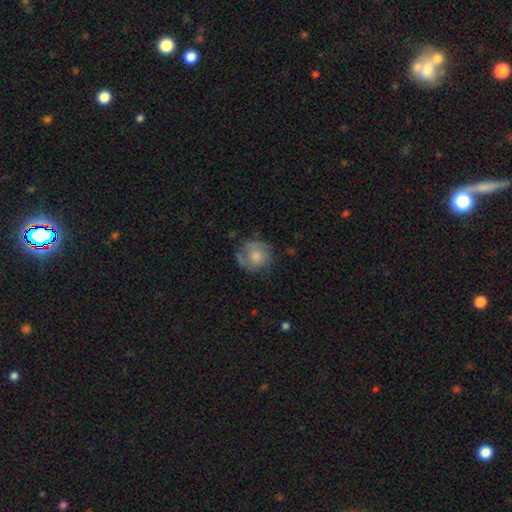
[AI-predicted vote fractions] smooth 59%, featured or disk 34%, star or artifact 7%. Down the decision tree: how rounded — round (83%); merging — none (59%).